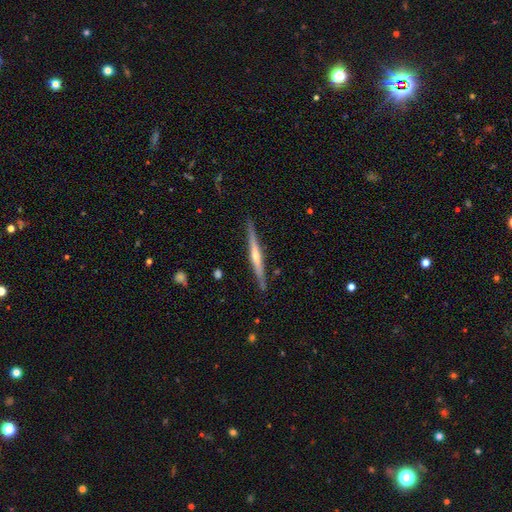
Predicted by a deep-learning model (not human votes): smooth_or_featured: featured or disk (p=0.76) [alt: smooth p=0.18]
disk_edge_on: yes (p=0.98) [alt: no p=0.02]
edge_on_bulge: rounded (p=0.74) [alt: none p=0.19]
merging: none (p=0.90) [alt: minor disturbance p=0.07]